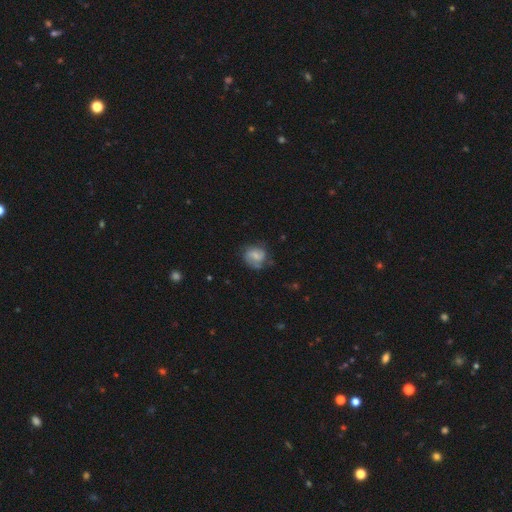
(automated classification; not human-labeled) Overall: featured or disk (53%; smooth 39%). Edge-on disk: no (98%). Bar: weak (47%; no 39%). Spiral arms: yes (84%). Bulge size: small (38%; moderate 29%). Merging: none (62%; minor disturbance 23%).